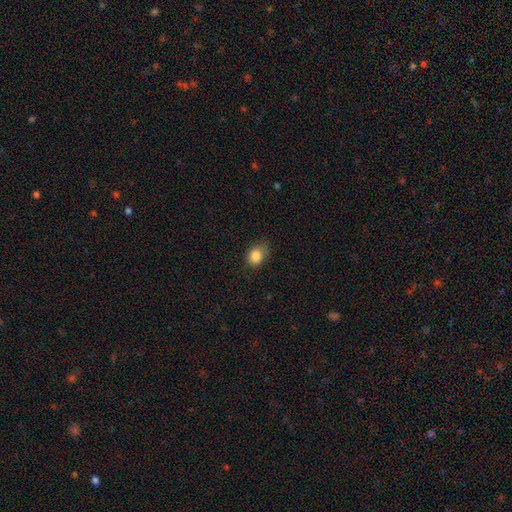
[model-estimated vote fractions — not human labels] This is clearly a smooth galaxy (85%). How rounded: possibly in between (55%). Merging: likely none (67%).